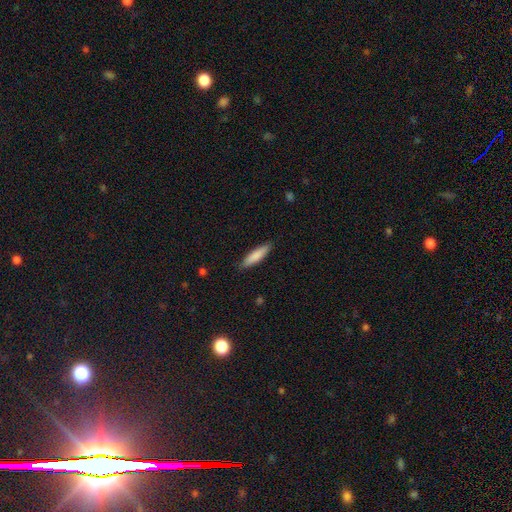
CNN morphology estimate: Smooth or featured: smooth — 83% (featured or disk — 12%)
How rounded: cigar-shaped — 76% (in between — 22%)
Merging: none — 88% (minor disturbance — 9%)